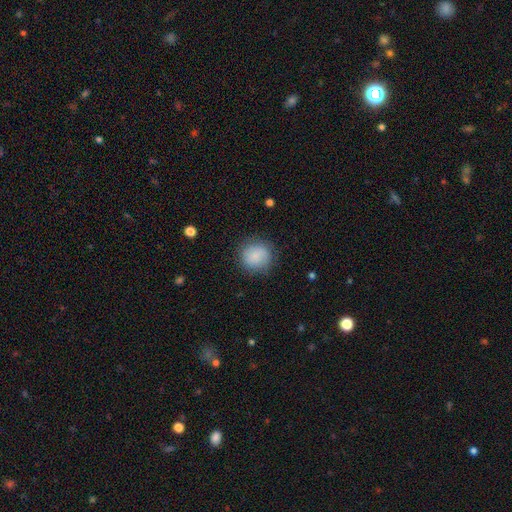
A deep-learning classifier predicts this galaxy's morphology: smooth_or_featured: smooth (p=0.82) [alt: featured or disk p=0.10]
how_rounded: round (p=0.89) [alt: in between p=0.10]
merging: none (p=0.83) [alt: minor disturbance p=0.12]